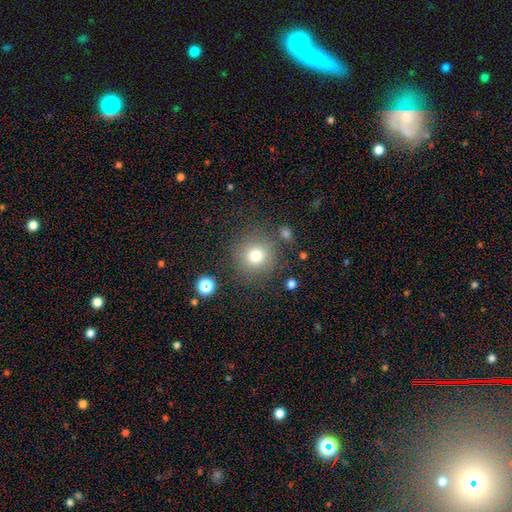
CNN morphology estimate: This is likely a smooth galaxy (77%). How rounded: clearly round (94%). Merging: clearly none (83%).